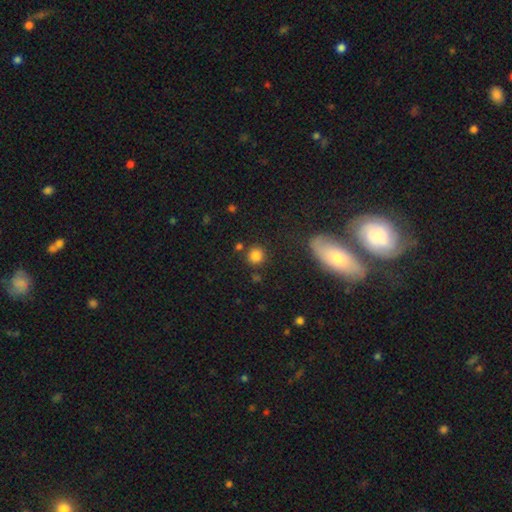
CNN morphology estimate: Smooth or featured? Predicted: smooth (p=0.82). How rounded? Predicted: round (p=0.90). Merging? Predicted: none (p=0.82).